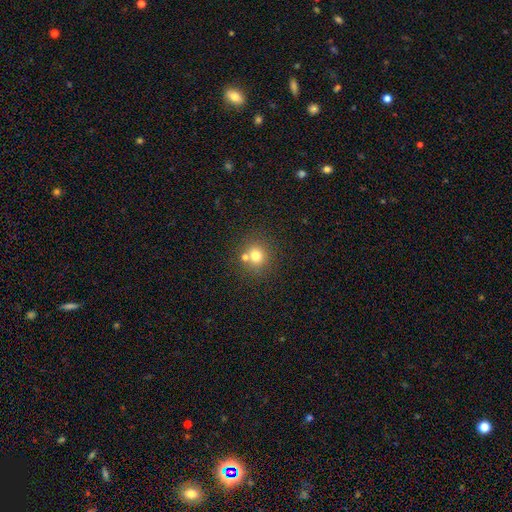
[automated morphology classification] smooth 73%, star or artifact 16%, featured or disk 11%. Down the decision tree: how rounded — round (88%); merging — none (66%).